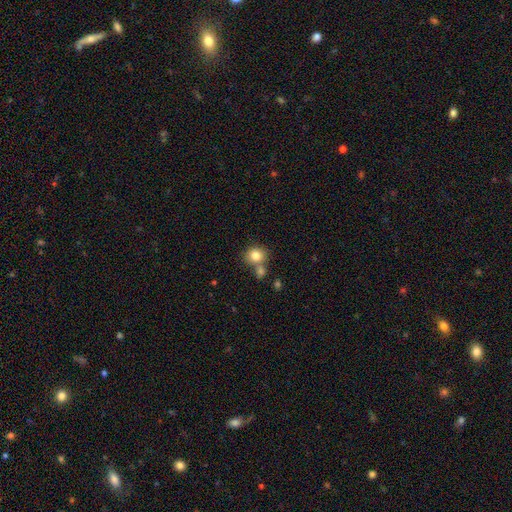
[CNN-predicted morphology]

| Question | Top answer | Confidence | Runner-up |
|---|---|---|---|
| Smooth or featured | smooth | 82% | star or artifact (10%) |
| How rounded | round | 75% | in between (24%) |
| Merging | none | 56% | merger (29%) |